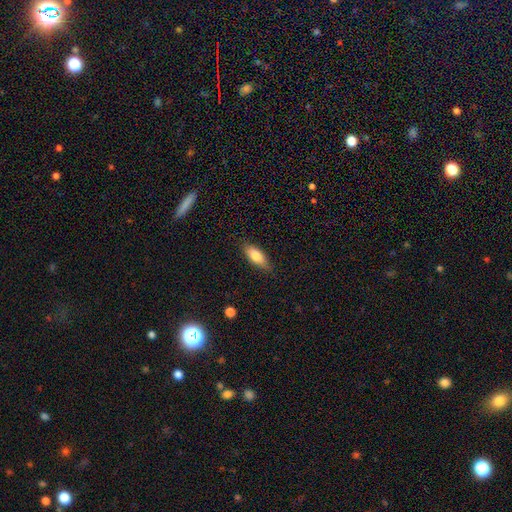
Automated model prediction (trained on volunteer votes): Smooth or featured?
  - smooth: 76% *
  - featured or disk: 17%
  - star or artifact: 7%
How rounded?
  - in between: 74% *
  - cigar-shaped: 24%
  - round: 3%
Merging?
  - none: 83% *
  - minor disturbance: 14%
  - major disturbance: 3%
  - merger: 1%